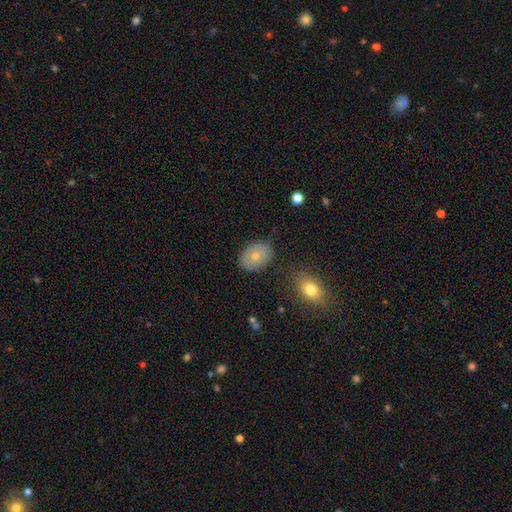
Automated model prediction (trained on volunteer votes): smooth-or-featured: smooth: 70% | featured or disk: 21% | star or artifact: 9%
  how-rounded: in between: 75% | round: 24% | cigar-shaped: 1%
  merging: none: 83% | minor disturbance: 12% | major disturbance: 3% | merger: 2%